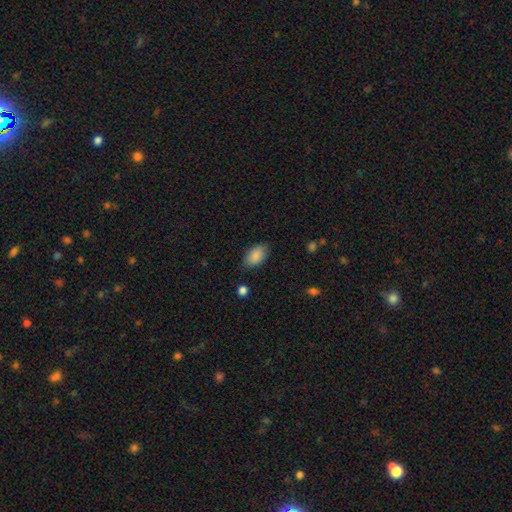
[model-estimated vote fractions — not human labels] Smooth or featured: smooth — 87% (star or artifact — 7%)
How rounded: in between — 91% (round — 7%)
Merging: none — 79% (minor disturbance — 16%)